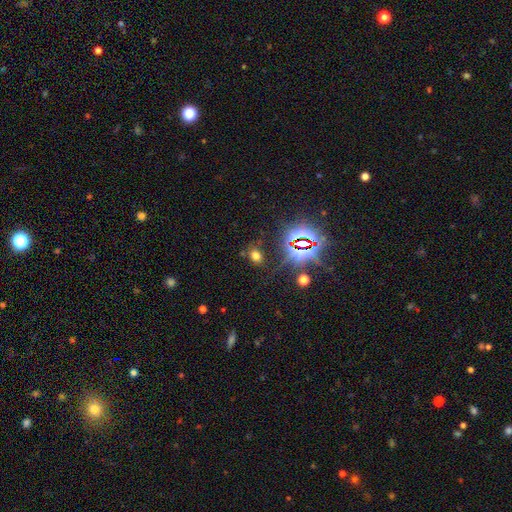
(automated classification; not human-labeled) A smooth galaxy with no disk features (56%) that is in between round and cigar-shaped (56%).

Vote fractions:
- Smooth or featured? smooth: 56% / star or artifact: 35% / featured or disk: 8%
- How rounded? in between: 56% / round: 42% / cigar-shaped: 2%
- Merging? none: 77% / minor disturbance: 13% / major disturbance: 6% / merger: 4%